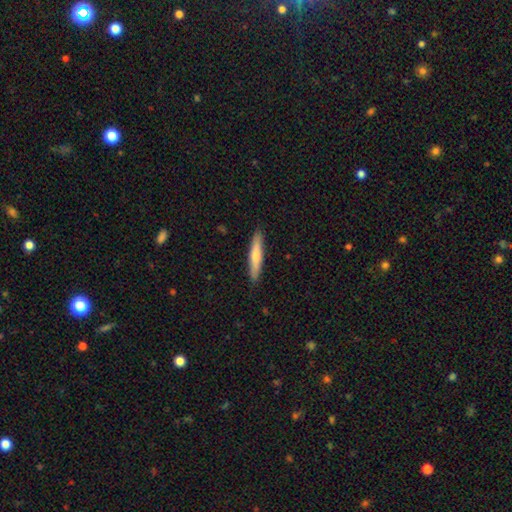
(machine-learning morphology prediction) Smooth or featured? smooth (64%)
How rounded? cigar-shaped (90%)
Merging? none (90%)